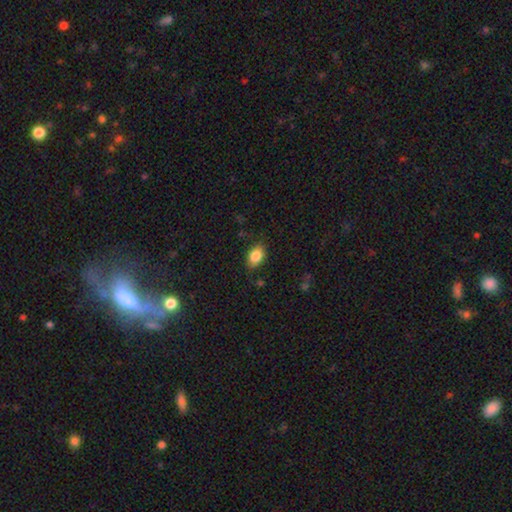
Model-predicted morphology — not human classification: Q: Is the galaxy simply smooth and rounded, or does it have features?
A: smooth — 84%.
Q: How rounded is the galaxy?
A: in between — 83%.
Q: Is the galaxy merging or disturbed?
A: none — 79%.